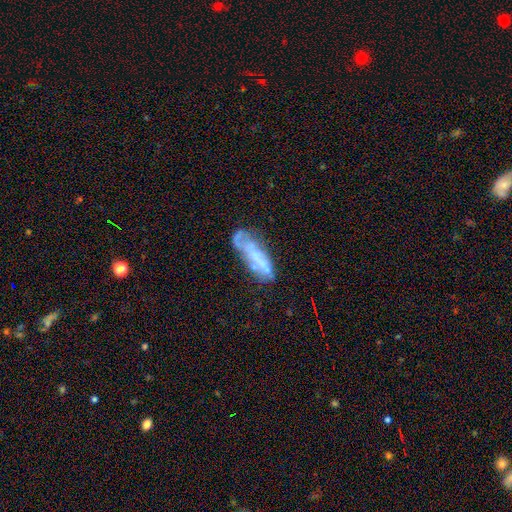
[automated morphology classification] A featured or disk galaxy (54%).

Vote fractions:
- Smooth or featured? featured or disk: 54% / smooth: 36% / star or artifact: 10%
- Edge-on disk? no: 77% / yes: 23%
- Merging? none: 47% / minor disturbance: 26% / major disturbance: 19% / merger: 8%